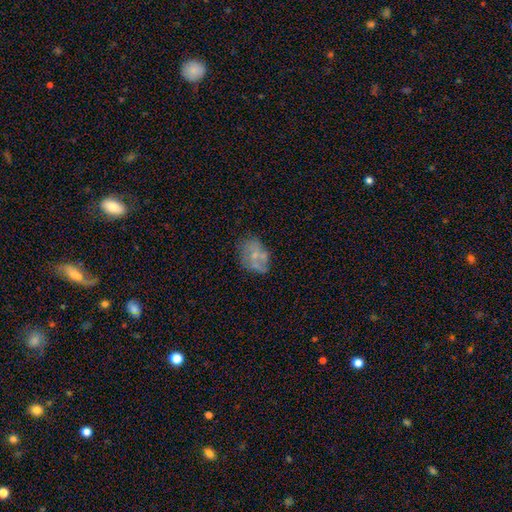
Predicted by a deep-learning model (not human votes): Smooth or featured? featured or disk (46%)
Merging? none (55%)